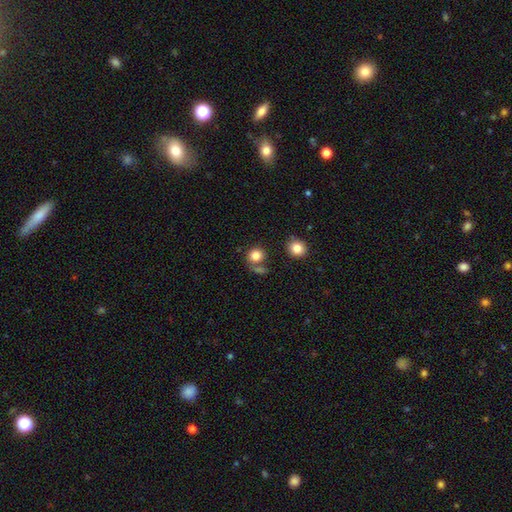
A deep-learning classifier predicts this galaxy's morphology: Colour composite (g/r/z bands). It shows a smooth galaxy with no disk features (83%) that is round (85%). Merging: none (66%).